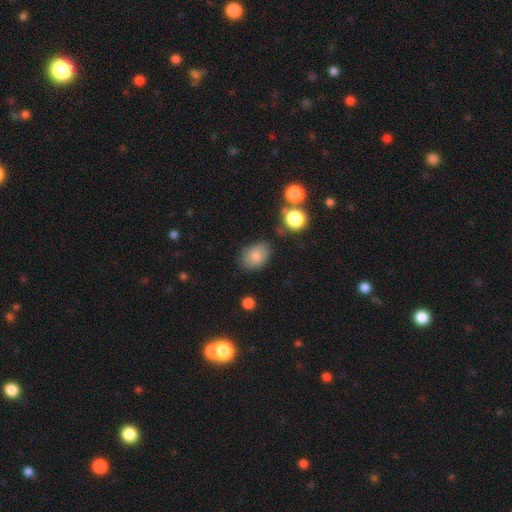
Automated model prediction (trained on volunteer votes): Smooth or featured? smooth (82%)
How rounded? in between (79%)
Merging? none (76%)